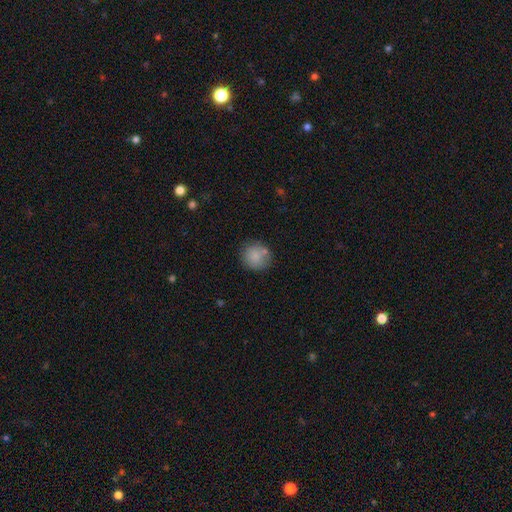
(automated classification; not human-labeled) Smooth or featured?
  - smooth: 83% *
  - featured or disk: 9%
  - star or artifact: 8%
How rounded?
  - round: 89% *
  - in between: 10%
  - cigar-shaped: 1%
Merging?
  - none: 72% *
  - minor disturbance: 16%
  - merger: 8%
  - major disturbance: 4%